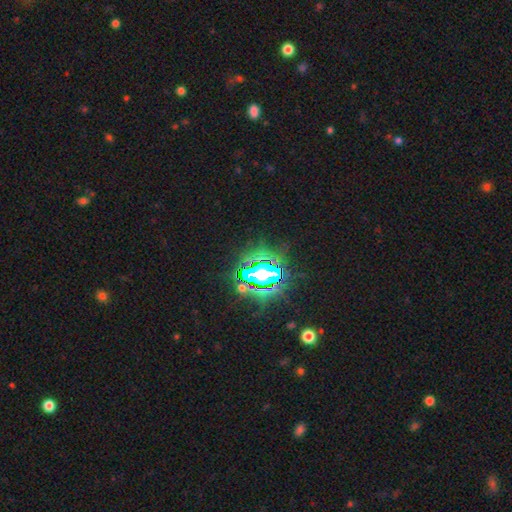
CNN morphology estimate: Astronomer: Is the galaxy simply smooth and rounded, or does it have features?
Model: star or artifact — 84%.